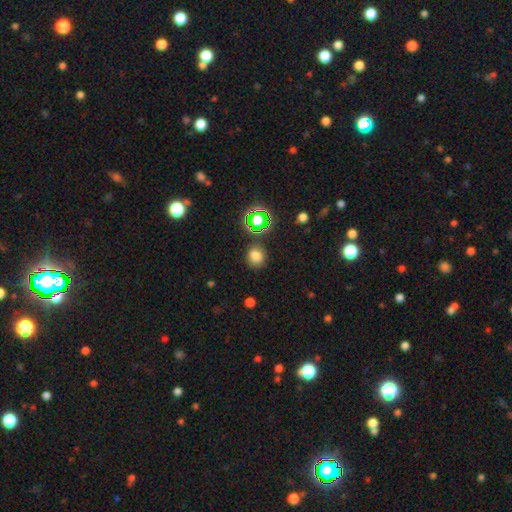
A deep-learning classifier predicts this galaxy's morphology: This appears to be a smooth galaxy with no disk features (72%) that is round (73%). Merging: none (82%).